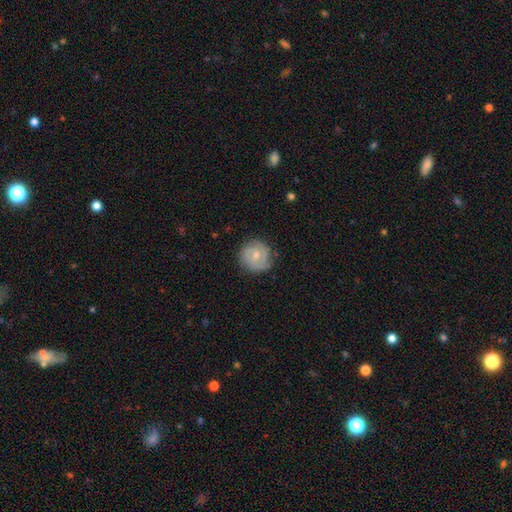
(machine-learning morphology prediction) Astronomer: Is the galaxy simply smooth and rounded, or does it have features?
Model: featured or disk — 56% (runner-up: smooth, 37%).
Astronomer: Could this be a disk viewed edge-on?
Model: no — 97%.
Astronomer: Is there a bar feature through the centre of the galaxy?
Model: no — 71%.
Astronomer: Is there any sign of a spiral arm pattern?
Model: yes — 80%.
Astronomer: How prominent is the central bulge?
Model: small — 51% (runner-up: moderate, 45%).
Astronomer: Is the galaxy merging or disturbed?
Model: none — 77%.